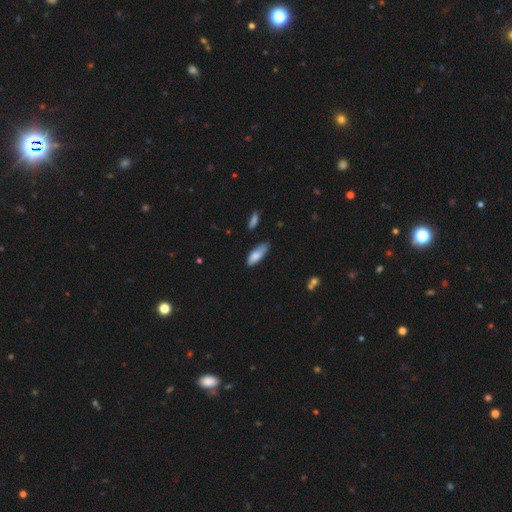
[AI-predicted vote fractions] The model was most divided on "merging": none: 54%, minor disturbance: 36%, major disturbance: 8%, merger: 3%. More confident: smooth or featured — smooth (81%); how rounded — in between (69%).